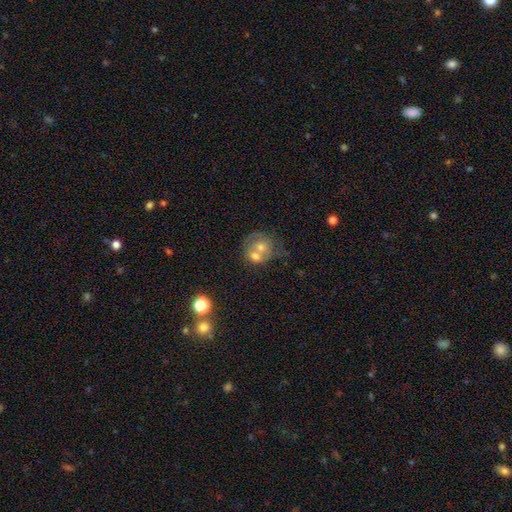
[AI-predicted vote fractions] This appears to be a smooth galaxy with no disk features (51%) that is round (71%). Merging: merger (61%).